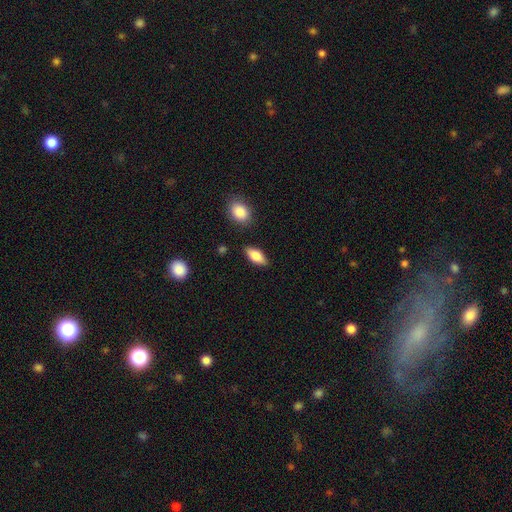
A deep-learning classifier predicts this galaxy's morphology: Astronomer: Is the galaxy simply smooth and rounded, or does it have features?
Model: smooth — 77%.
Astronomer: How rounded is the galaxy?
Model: in between — 84%.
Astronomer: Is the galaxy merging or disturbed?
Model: none — 83%.